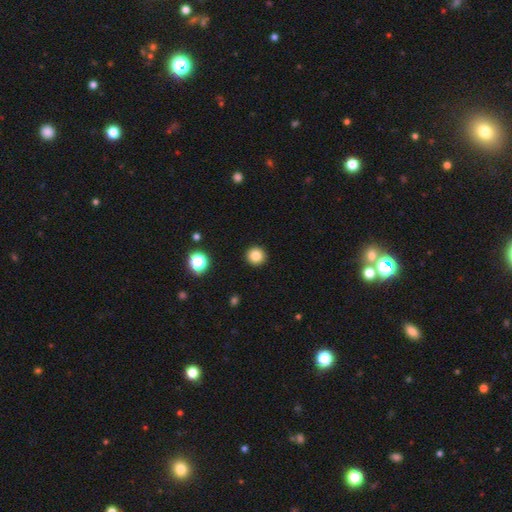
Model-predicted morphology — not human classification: A smooth galaxy with no disk features (83%) that is round (94%).

Vote fractions:
- Smooth or featured? smooth: 83% / star or artifact: 12% / featured or disk: 5%
- How rounded? round: 94% / in between: 5% / cigar-shaped: 1%
- Merging? none: 93% / minor disturbance: 5% / major disturbance: 2% / merger: 1%